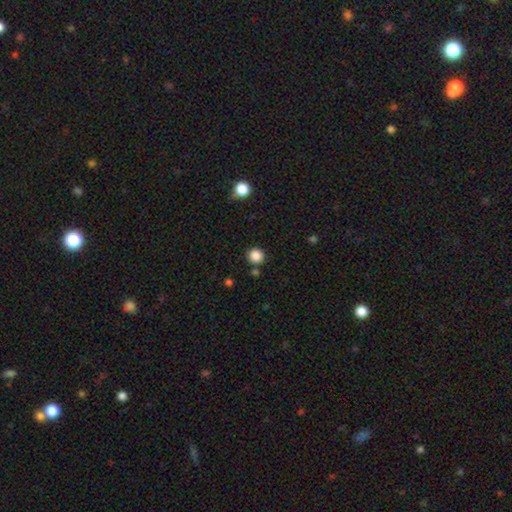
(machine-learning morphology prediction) Smooth or featured? Predicted: smooth (p=0.86). How rounded? Predicted: round (p=0.92). Merging? Predicted: none (p=0.86).